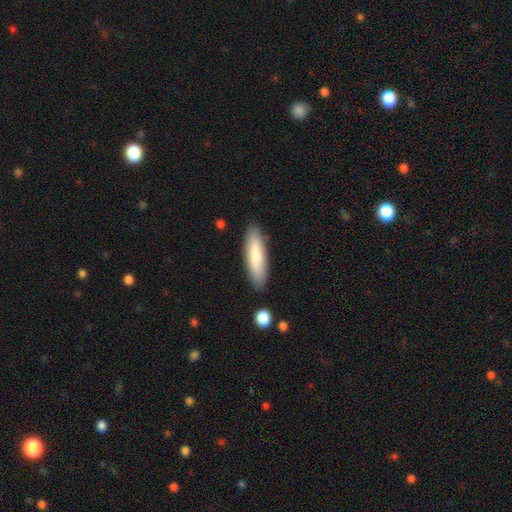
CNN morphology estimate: Smooth or featured? smooth (81%)
How rounded? cigar-shaped (66%)
Merging? none (86%)